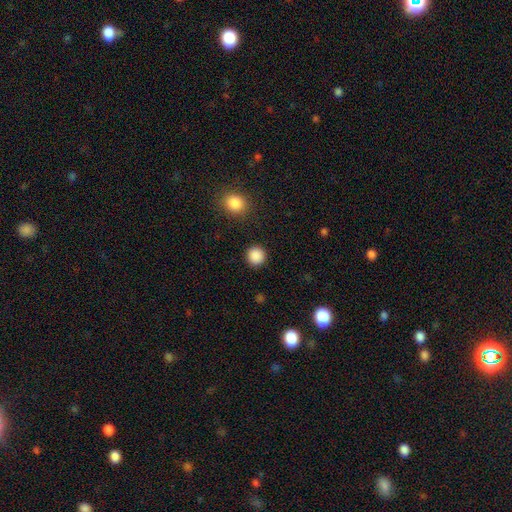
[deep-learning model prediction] Q: Smooth or featured?
A: smooth (88%); runner-up: star or artifact (10%)
Q: How rounded?
A: round (95%); runner-up: in between (4%)
Q: Merging?
A: none (91%); runner-up: minor disturbance (5%)